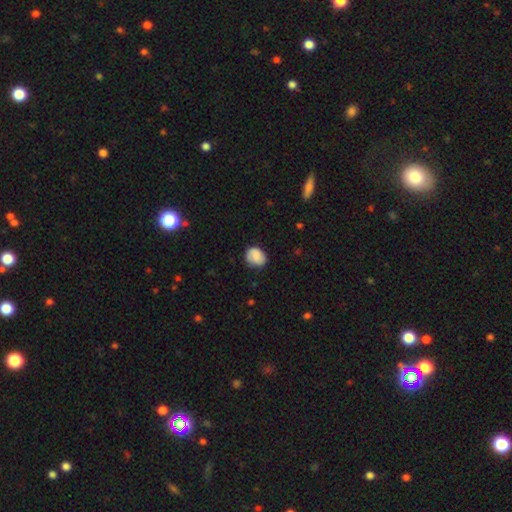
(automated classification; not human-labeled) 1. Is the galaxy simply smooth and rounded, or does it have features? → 69% smooth, 23% featured or disk, 8% star or artifact.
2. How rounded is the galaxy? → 61% round, 38% in between, 1% cigar-shaped.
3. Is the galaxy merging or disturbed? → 73% none, 20% minor disturbance, 5% major disturbance, 1% merger.